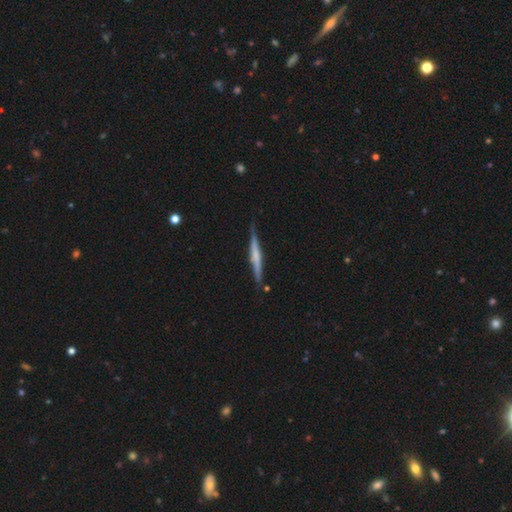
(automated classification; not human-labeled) Smooth or featured? Predicted: featured or disk (p=0.61). Edge-on disk? Predicted: yes (p=0.97). Edge-on bulge? Predicted: none (p=0.40). Merging? Predicted: none (p=0.85).